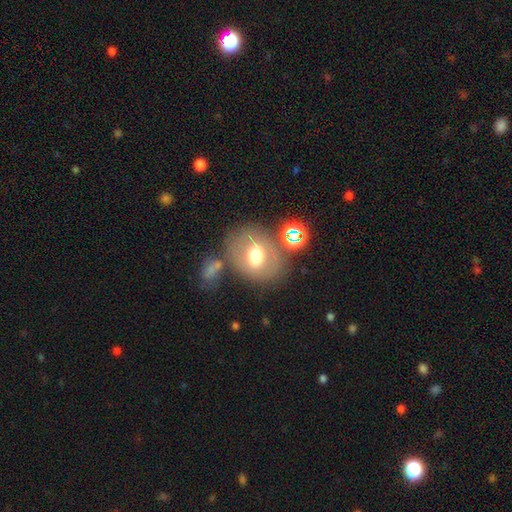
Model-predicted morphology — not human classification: smooth-or-featured: smooth: 53% | featured or disk: 34% | star or artifact: 12%
  how-rounded: round: 50% | in between: 49% | cigar-shaped: 1%
  merging: none: 65% | minor disturbance: 15% | merger: 12% | major disturbance: 8%